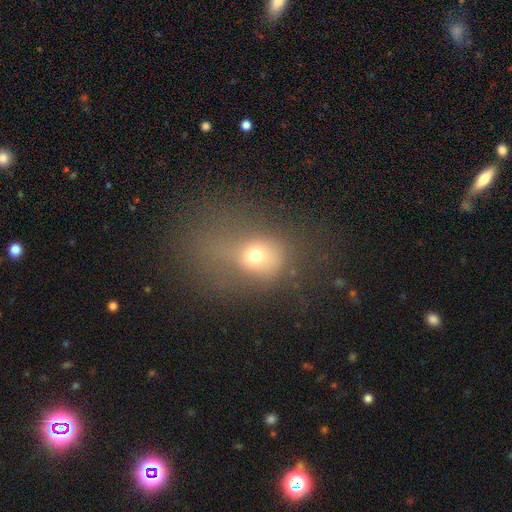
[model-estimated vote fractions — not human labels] The model was most divided on "merging": major disturbance: 41%, none: 31%, minor disturbance: 22%, merger: 6%. More confident: smooth or featured — smooth (64%); how rounded — round (57%).